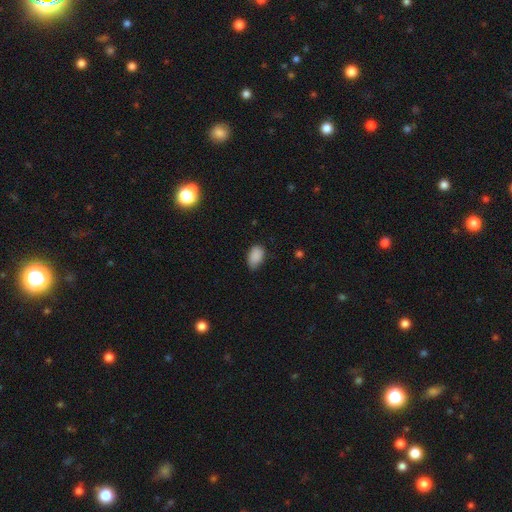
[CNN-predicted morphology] smooth_or_featured: smooth (p=0.88) [alt: star or artifact p=0.08]
how_rounded: in between (p=0.91) [alt: round p=0.08]
merging: none (p=0.65) [alt: minor disturbance p=0.30]